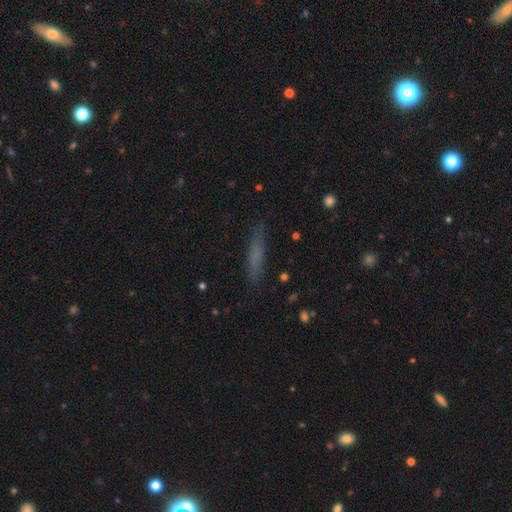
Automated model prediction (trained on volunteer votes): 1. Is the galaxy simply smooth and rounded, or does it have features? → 63% smooth, 26% featured or disk, 11% star or artifact.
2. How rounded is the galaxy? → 89% cigar-shaped, 9% in between, 2% round.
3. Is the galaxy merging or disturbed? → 85% none, 11% minor disturbance, 3% major disturbance, 2% merger.